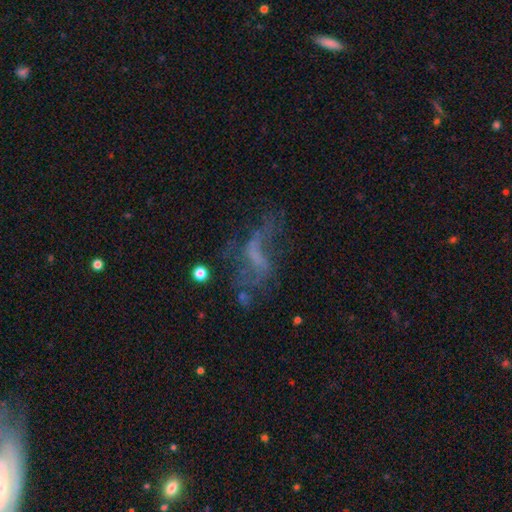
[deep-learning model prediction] The model was most divided on "merging": major disturbance: 40%, none: 36%, minor disturbance: 17%, merger: 8%. More confident: edge-on disk — no (94%); bulge size — none (66%); spiral arms — no (58%); smooth or featured — featured or disk (56%); bar — no (55%).